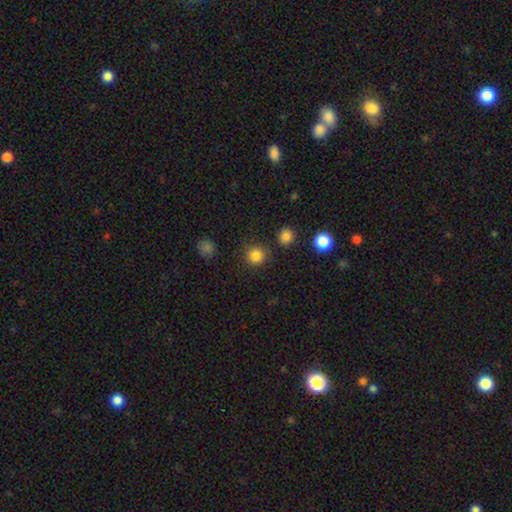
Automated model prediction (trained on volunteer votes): smooth 84%, star or artifact 12%, featured or disk 4%. Down the decision tree: how rounded — round (94%); merging — none (88%).